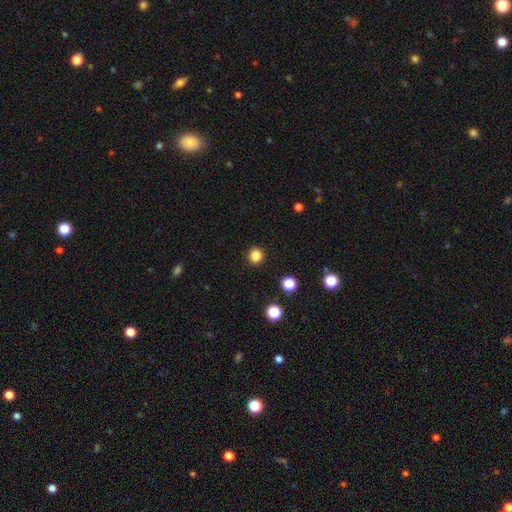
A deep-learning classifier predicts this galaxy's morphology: This is clearly a smooth galaxy (84%). How rounded: clearly round (93%). Merging: clearly none (92%).